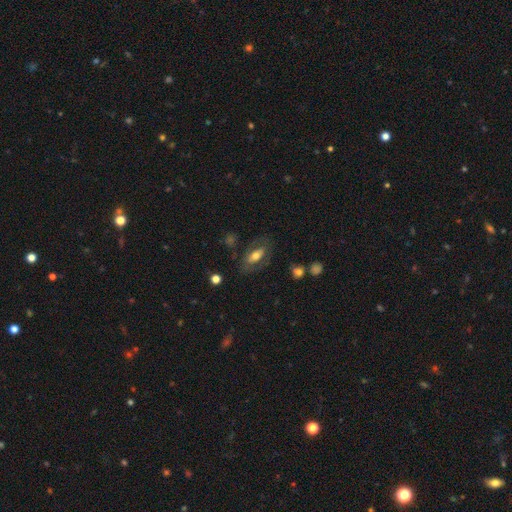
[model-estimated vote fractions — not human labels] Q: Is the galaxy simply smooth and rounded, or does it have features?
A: smooth — 49%.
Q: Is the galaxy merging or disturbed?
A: none — 73%.